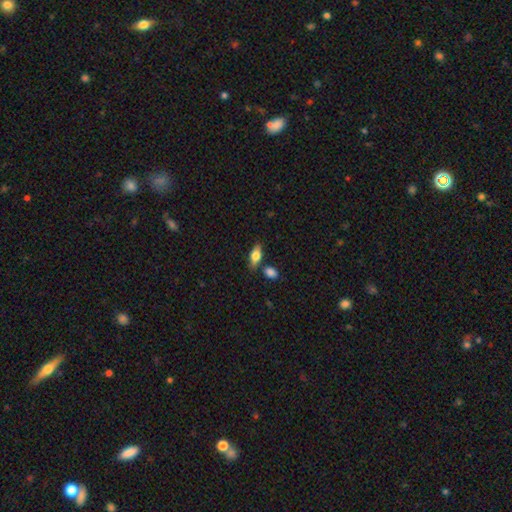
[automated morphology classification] smooth_or_featured: smooth (p=0.72) [alt: featured or disk p=0.21]
how_rounded: in between (p=0.81) [alt: cigar-shaped p=0.14]
merging: none (p=0.73) [alt: minor disturbance p=0.13]